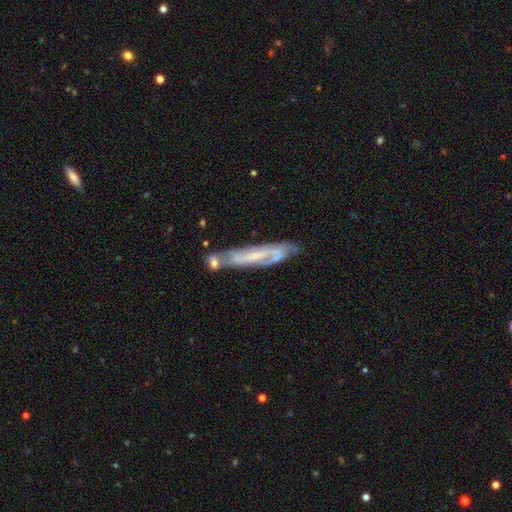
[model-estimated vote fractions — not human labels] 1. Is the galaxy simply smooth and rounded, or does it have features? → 67% featured or disk, 25% smooth, 8% star or artifact.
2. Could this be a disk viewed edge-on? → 53% no, 47% yes.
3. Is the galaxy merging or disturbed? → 57% none, 19% minor disturbance, 17% merger, 6% major disturbance.